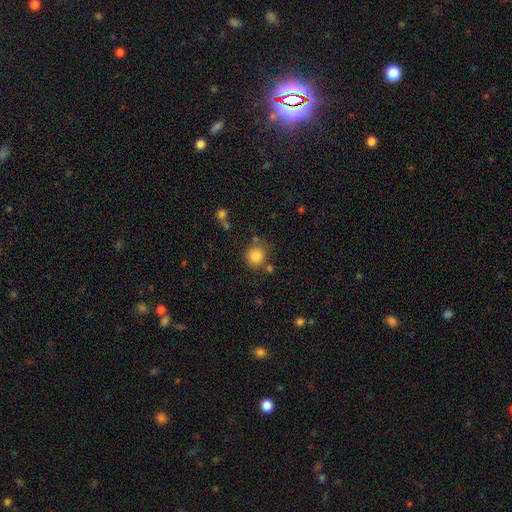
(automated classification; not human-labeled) Overall: smooth (84%). How rounded: round (87%). Merging: none (74%).